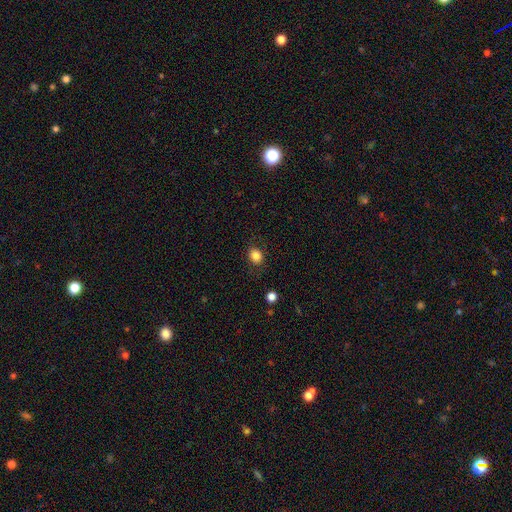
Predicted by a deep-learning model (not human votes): Smooth or featured? smooth (84%)
How rounded? round (62%)
Merging? none (81%)